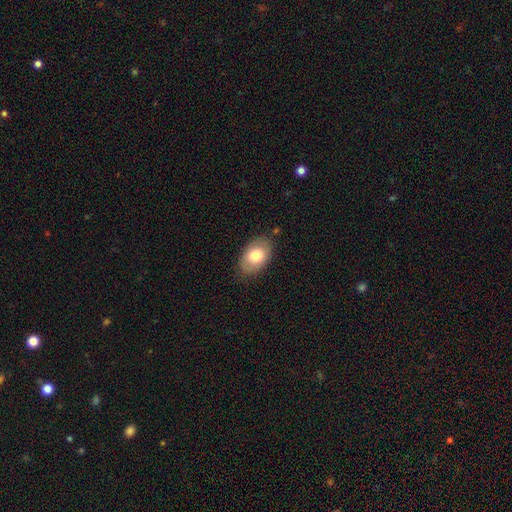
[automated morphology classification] A smooth galaxy with no disk features (75%) that is in between round and cigar-shaped (89%). Merging: none (82%).